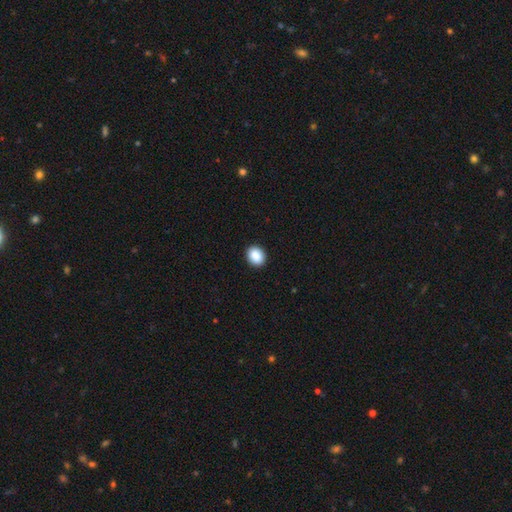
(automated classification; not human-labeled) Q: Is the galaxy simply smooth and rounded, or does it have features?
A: smooth — 89%.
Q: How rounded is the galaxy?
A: round — 52%.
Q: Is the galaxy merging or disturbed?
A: none — 91%.